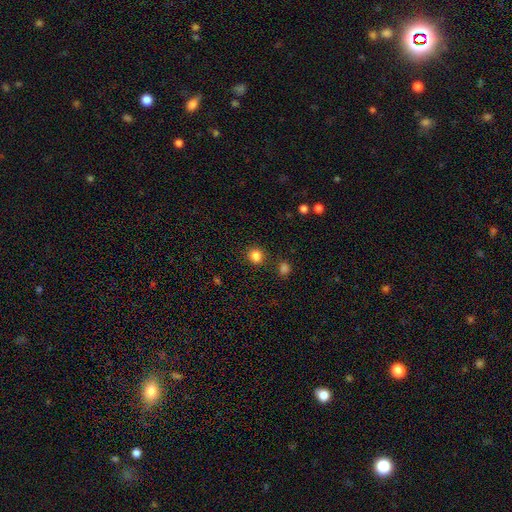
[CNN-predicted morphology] Overall: smooth (84%). How rounded: round (82%). Merging: none (82%).